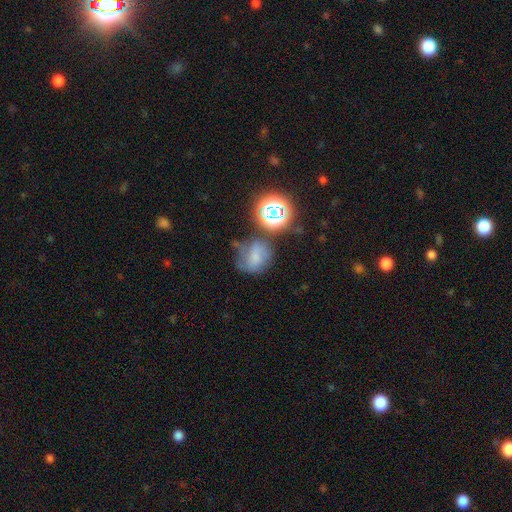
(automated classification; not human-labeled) This is possibly a smooth galaxy (52%). How rounded: likely round (60%). Merging: marginally none (43%).